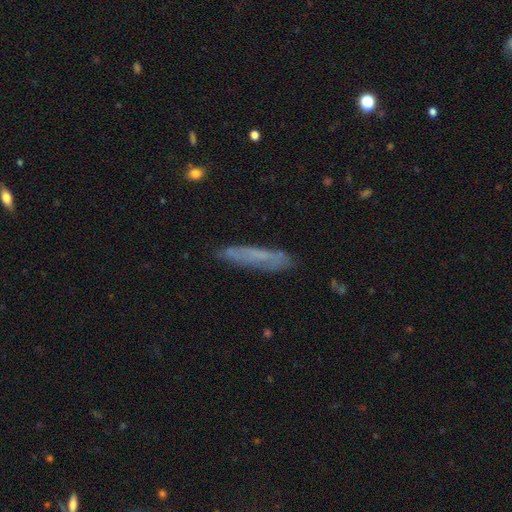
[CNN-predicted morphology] smooth-or-featured: smooth: 52% | featured or disk: 37% | star or artifact: 11%
  how-rounded: cigar-shaped: 88% | in between: 10% | round: 2%
  merging: none: 82% | minor disturbance: 13% | major disturbance: 3% | merger: 2%